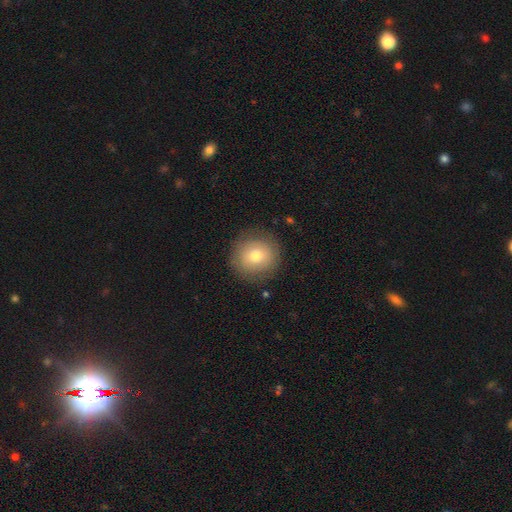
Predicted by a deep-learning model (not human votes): smooth_or_featured: smooth (p=0.72) [alt: featured or disk p=0.18]
how_rounded: round (p=0.90) [alt: in between p=0.09]
merging: none (p=0.85) [alt: minor disturbance p=0.10]